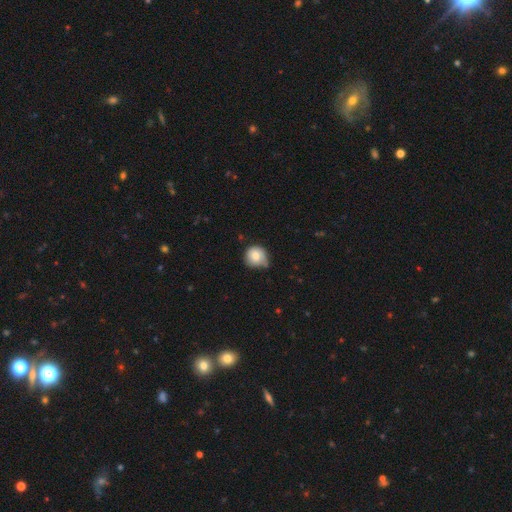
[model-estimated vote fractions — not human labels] A smooth galaxy with no disk features (75%) that is round (89%).

Vote fractions:
- Smooth or featured? smooth: 75% / featured or disk: 17% / star or artifact: 8%
- How rounded? round: 89% / in between: 10% / cigar-shaped: 1%
- Merging? none: 51% / minor disturbance: 37% / major disturbance: 8% / merger: 4%